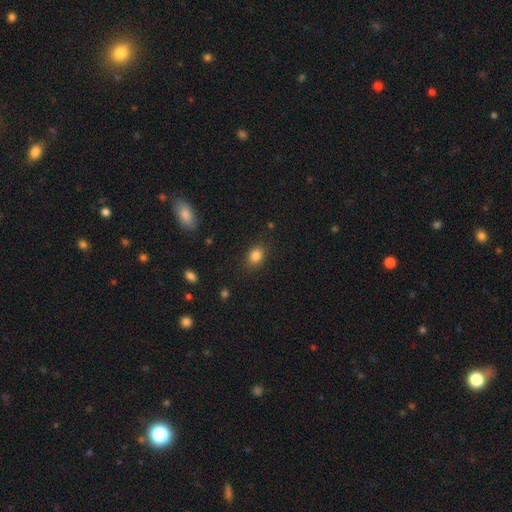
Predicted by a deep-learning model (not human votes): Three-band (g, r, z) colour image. It shows a smooth galaxy with no disk features (84%) that is in between round and cigar-shaped (52%). Merging: none (85%).